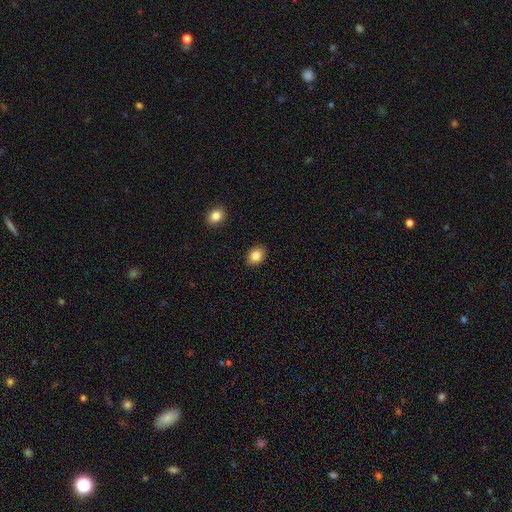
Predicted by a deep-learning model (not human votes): The model was most divided on "how rounded": in between: 67%, round: 32%, cigar-shaped: 1%. More confident: merging — none (90%); smooth or featured — smooth (84%).